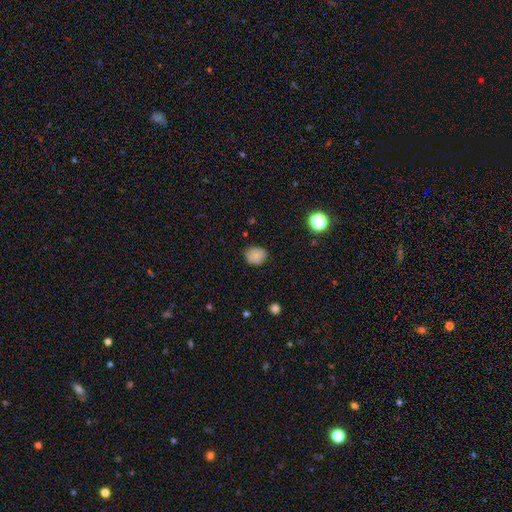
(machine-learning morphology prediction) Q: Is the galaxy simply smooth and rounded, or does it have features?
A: smooth — 80%.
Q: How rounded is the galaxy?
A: round — 68%.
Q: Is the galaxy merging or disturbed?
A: none — 81%.